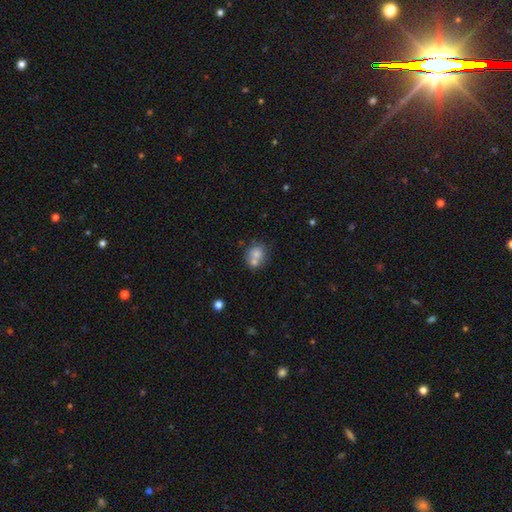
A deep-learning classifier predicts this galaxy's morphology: Overall: smooth (72%). How rounded: round (67%; in between 32%). Merging: merger (50%; none 36%).